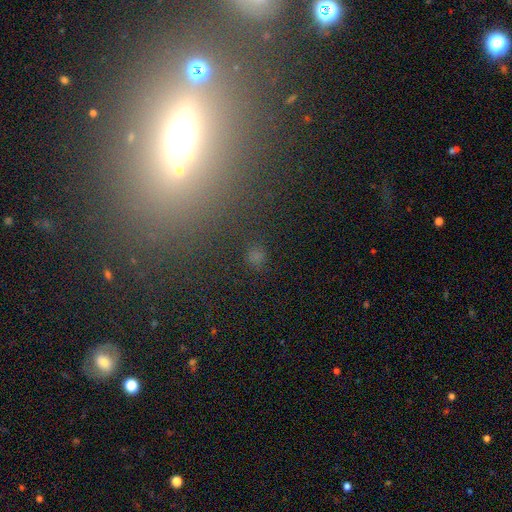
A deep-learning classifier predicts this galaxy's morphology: Overall: smooth (57%; star or artifact 35%). How rounded: round (84%). Merging: none (84%).